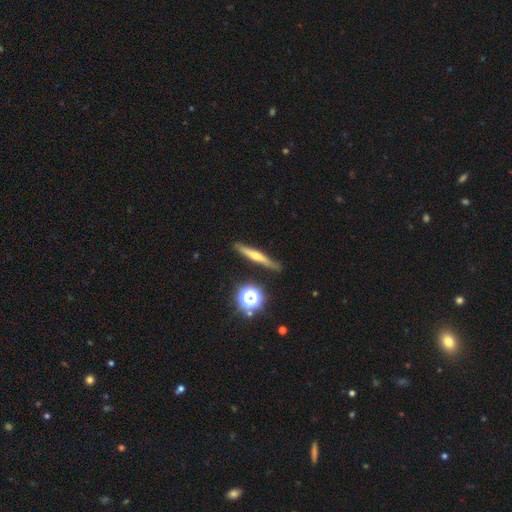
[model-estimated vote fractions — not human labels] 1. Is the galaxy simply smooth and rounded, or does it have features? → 56% featured or disk, 34% smooth, 10% star or artifact.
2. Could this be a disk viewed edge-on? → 95% yes, 5% no.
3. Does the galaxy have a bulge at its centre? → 78% rounded, 16% none, 6% boxy.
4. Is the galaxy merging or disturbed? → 88% none, 9% minor disturbance, 2% merger, 2% major disturbance.